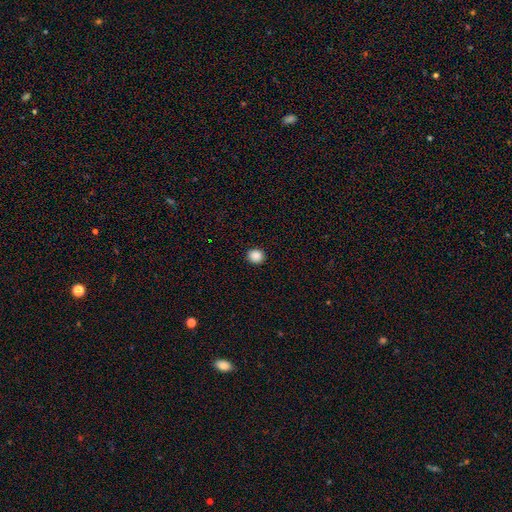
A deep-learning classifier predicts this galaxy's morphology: smooth-or-featured: smooth: 88% | star or artifact: 10% | featured or disk: 2%
  how-rounded: round: 85% | in between: 14% | cigar-shaped: 1%
  merging: none: 93% | minor disturbance: 5% | major disturbance: 2% | merger: 1%